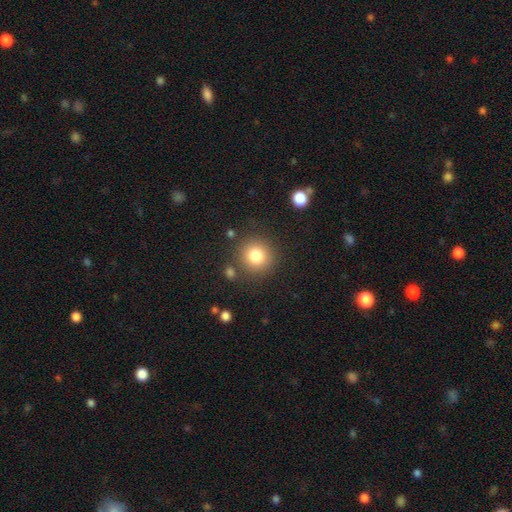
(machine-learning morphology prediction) smooth_or_featured: smooth (p=0.82) [alt: star or artifact p=0.10]
how_rounded: round (p=0.92) [alt: in between p=0.07]
merging: none (p=0.83) [alt: minor disturbance p=0.09]